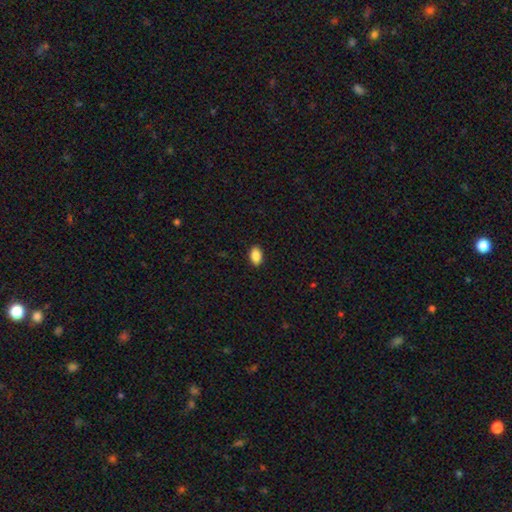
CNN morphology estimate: Smooth or featured? Predicted: smooth (p=0.88). How rounded? Predicted: in between (p=0.91). Merging? Predicted: none (p=0.89).